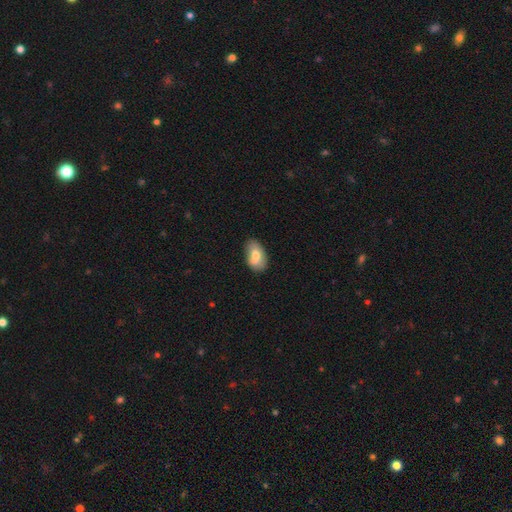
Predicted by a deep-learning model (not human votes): Smooth or featured: smooth — 66% (featured or disk — 27%)
How rounded: in between — 92% (round — 7%)
Merging: none — 64% (minor disturbance — 24%)